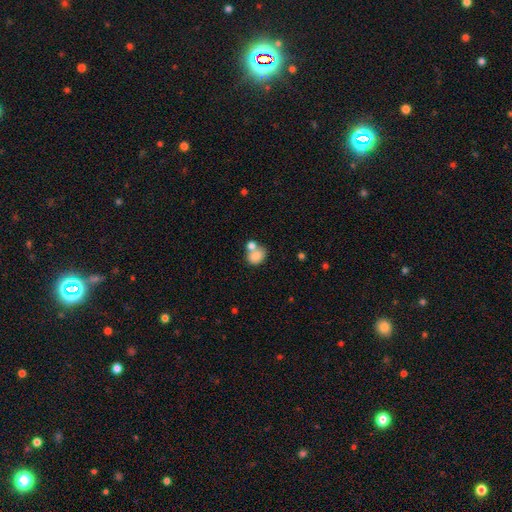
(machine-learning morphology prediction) Smooth or featured? Predicted: smooth (p=0.80). How rounded? Predicted: round (p=0.54). Merging? Predicted: merger (p=0.45).